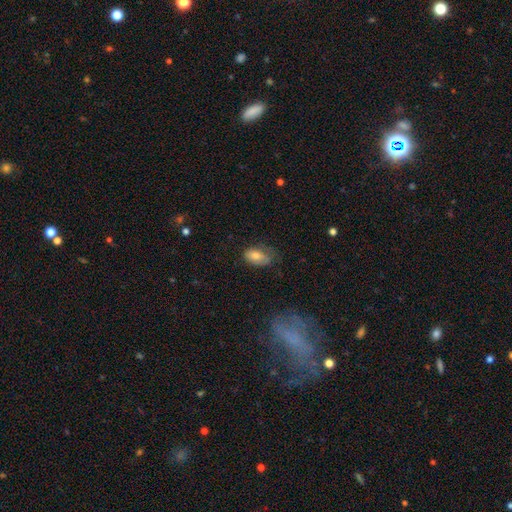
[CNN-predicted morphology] This appears to be a smooth galaxy with no disk features (74%) that is in between round and cigar-shaped (91%). Merging: none (55%).